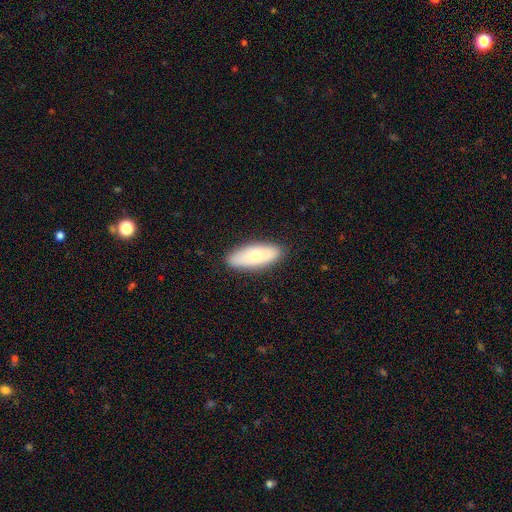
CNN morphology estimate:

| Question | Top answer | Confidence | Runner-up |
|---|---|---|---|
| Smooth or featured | smooth | 68% | featured or disk (26%) |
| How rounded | in between | 76% | cigar-shaped (21%) |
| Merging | none | 87% | minor disturbance (10%) |